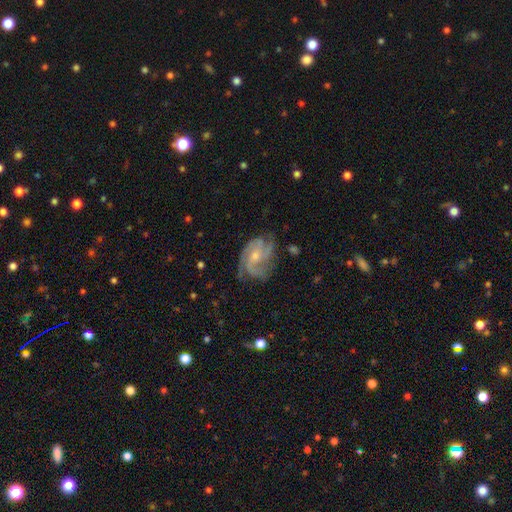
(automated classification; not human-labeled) A featured or disk galaxy (86%) with no bar (66%), 3 (47%) medium (47%) spiral arms (96%) and a small central bulge (58%). Merging: none (67%).